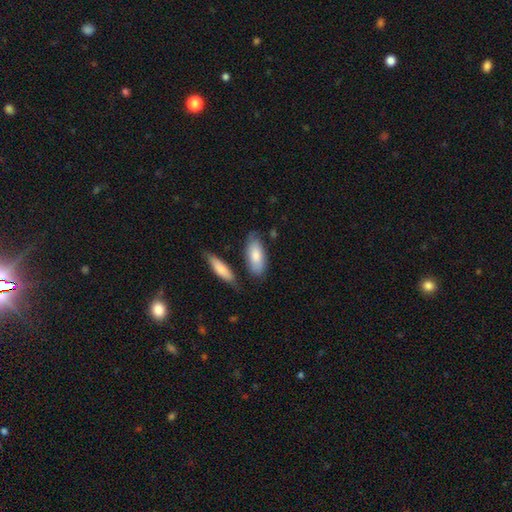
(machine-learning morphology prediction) Smooth or featured? Predicted: smooth (p=0.80). How rounded? Predicted: in between (p=0.84). Merging? Predicted: none (p=0.68).